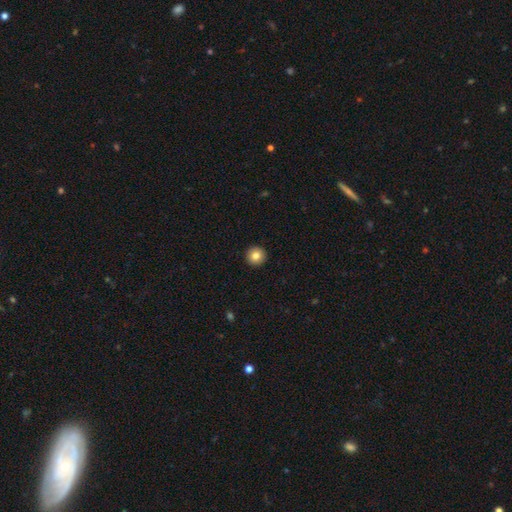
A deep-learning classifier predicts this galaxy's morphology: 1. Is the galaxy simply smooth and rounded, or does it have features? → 84% smooth, 9% star or artifact, 7% featured or disk.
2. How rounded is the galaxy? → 96% round, 3% in between, 1% cigar-shaped.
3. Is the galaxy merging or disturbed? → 94% none, 4% minor disturbance, 1% major disturbance, 1% merger.